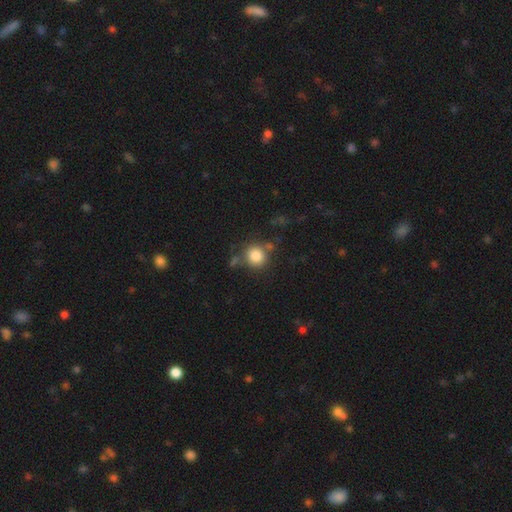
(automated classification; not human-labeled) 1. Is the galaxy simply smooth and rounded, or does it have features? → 83% smooth, 10% star or artifact, 6% featured or disk.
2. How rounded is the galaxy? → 91% round, 8% in between, 1% cigar-shaped.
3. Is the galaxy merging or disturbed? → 72% none, 12% minor disturbance, 11% merger, 5% major disturbance.